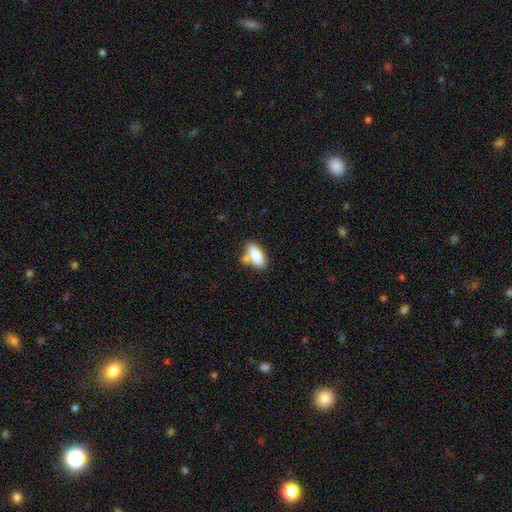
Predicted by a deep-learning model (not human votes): The model was most divided on "merging": none: 59%, merger: 20%, minor disturbance: 16%, major disturbance: 4%. More confident: how rounded — in between (87%); smooth or featured — smooth (82%).